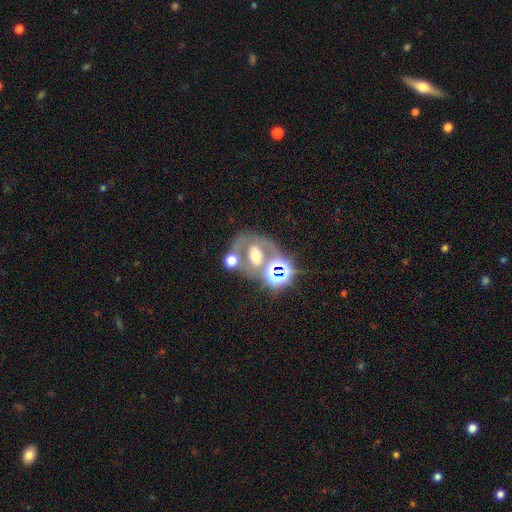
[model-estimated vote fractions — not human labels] smooth-or-featured: featured or disk: 47% | star or artifact: 32% | smooth: 21%
  merging: none: 43% | merger: 32% | minor disturbance: 13% | major disturbance: 12%